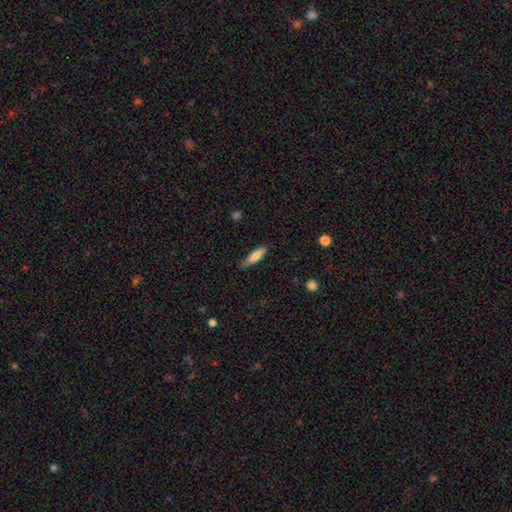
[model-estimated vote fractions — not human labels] Smooth or featured?
  - smooth: 77% *
  - featured or disk: 17%
  - star or artifact: 6%
How rounded?
  - cigar-shaped: 71% *
  - in between: 28%
  - round: 2%
Merging?
  - none: 79% *
  - minor disturbance: 17%
  - major disturbance: 3%
  - merger: 1%